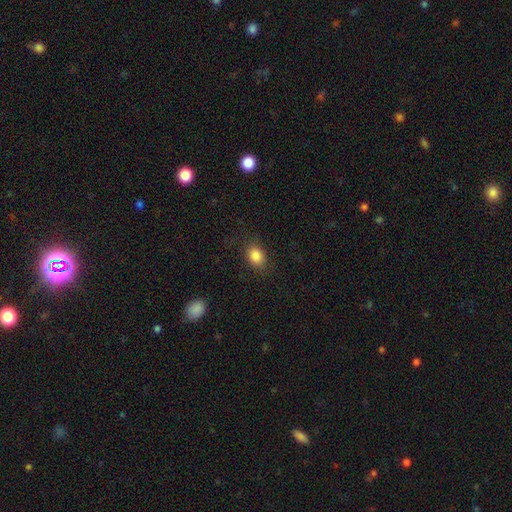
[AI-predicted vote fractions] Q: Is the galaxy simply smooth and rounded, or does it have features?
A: smooth — 85%.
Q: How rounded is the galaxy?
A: in between — 60%.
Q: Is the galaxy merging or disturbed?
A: none — 83%.